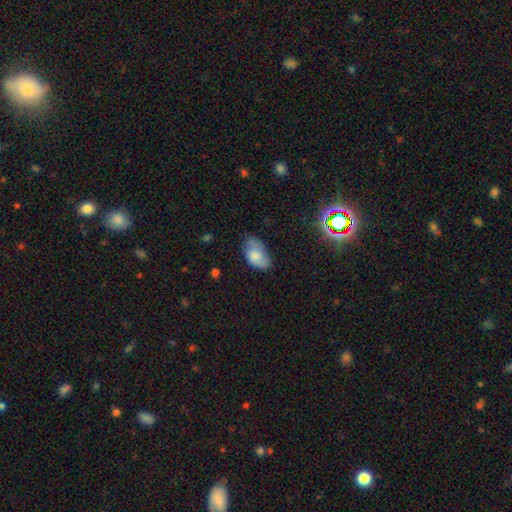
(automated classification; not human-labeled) Smooth or featured? smooth (69%)
How rounded? in between (93%)
Merging? none (63%)